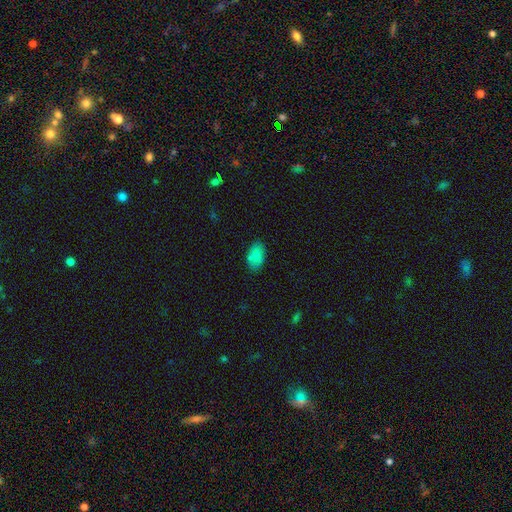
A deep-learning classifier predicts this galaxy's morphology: Smooth or featured?
  - smooth: 82% *
  - featured or disk: 10%
  - star or artifact: 9%
How rounded?
  - in between: 92% *
  - round: 6%
  - cigar-shaped: 2%
Merging?
  - none: 73% *
  - minor disturbance: 15%
  - merger: 9%
  - major disturbance: 4%